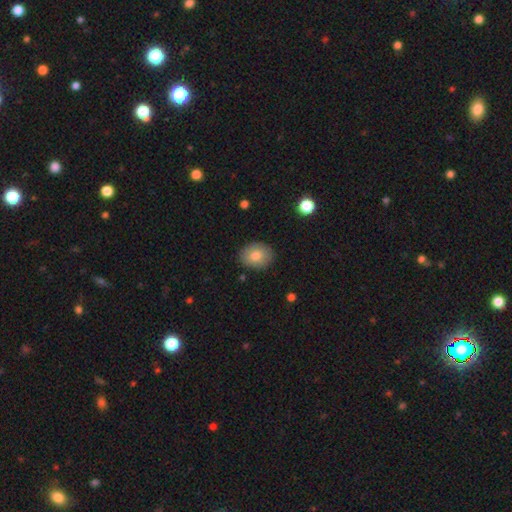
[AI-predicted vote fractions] This appears to be a smooth galaxy with no disk features (79%) that is in between round and cigar-shaped (55%). Merging: none (87%).